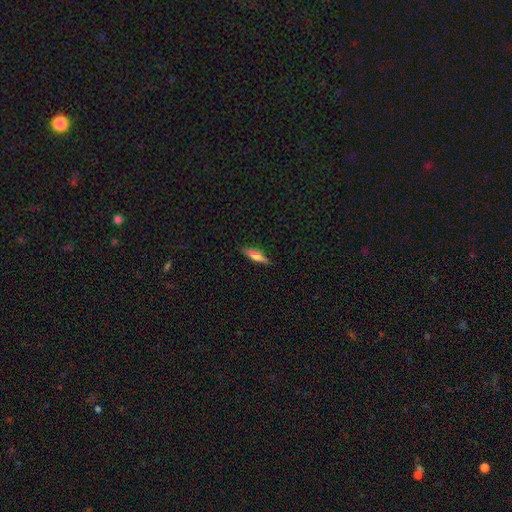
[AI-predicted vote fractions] This is possibly a smooth galaxy (55%). How rounded: likely cigar-shaped (68%). Merging: clearly none (85%).